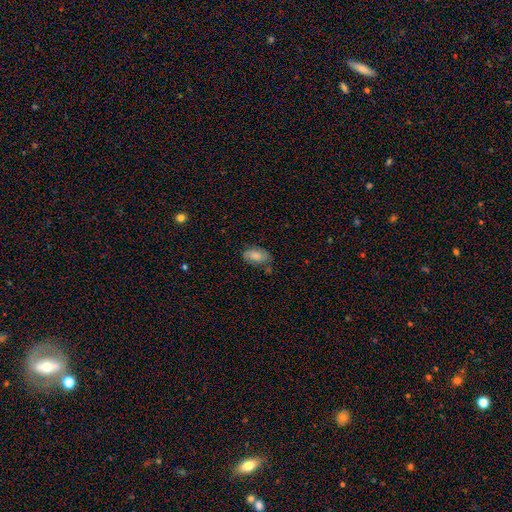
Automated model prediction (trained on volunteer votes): Smooth or featured? Predicted: smooth (p=0.66). How rounded? Predicted: in between (p=0.91). Merging? Predicted: none (p=0.65).